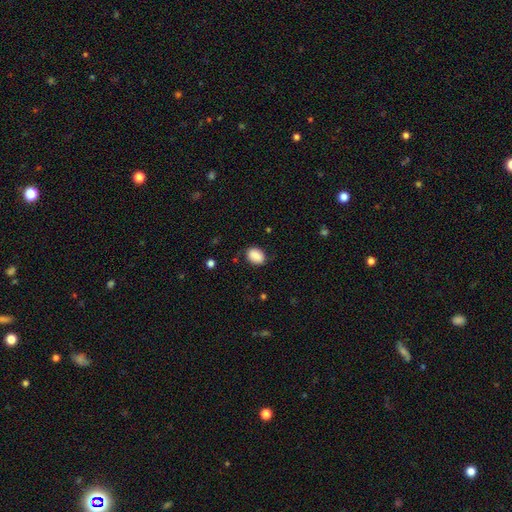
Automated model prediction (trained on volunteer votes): smooth-or-featured: smooth: 89% | star or artifact: 7% | featured or disk: 4%
  how-rounded: in between: 77% | round: 22% | cigar-shaped: 1%
  merging: none: 82% | minor disturbance: 13% | major disturbance: 3% | merger: 1%